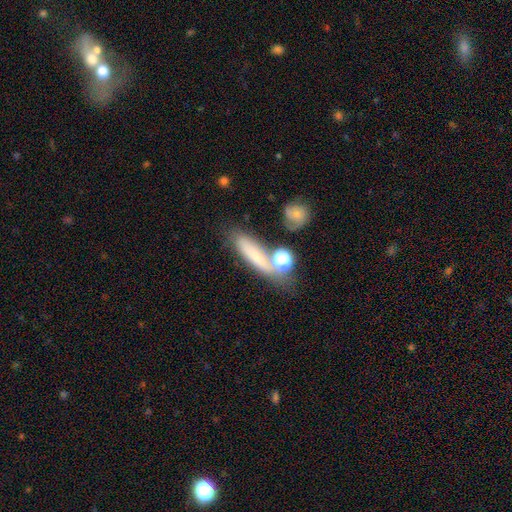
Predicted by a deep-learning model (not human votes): Morphology: type=smooth (62%); roundness=cigar-shaped (59%); merging=none (53%).